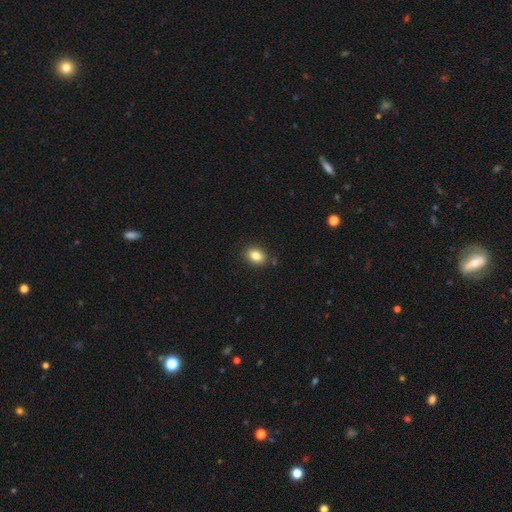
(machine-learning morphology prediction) smooth-or-featured: smooth: 84% | star or artifact: 9% | featured or disk: 7%
  how-rounded: in between: 74% | round: 25% | cigar-shaped: 1%
  merging: none: 85% | minor disturbance: 10% | merger: 2% | major disturbance: 2%